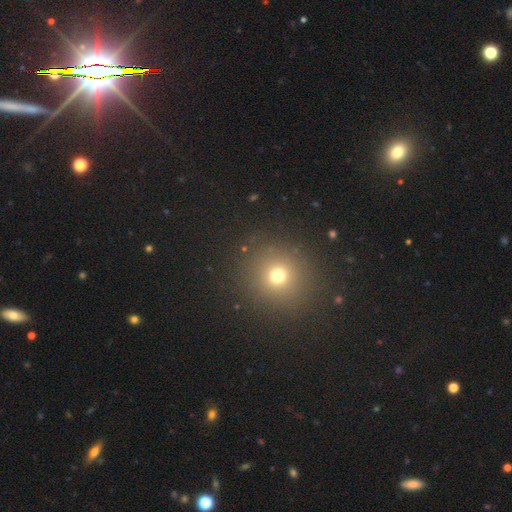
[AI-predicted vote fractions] Smooth or featured? smooth (51%)
How rounded? round (93%)
Merging? none (91%)